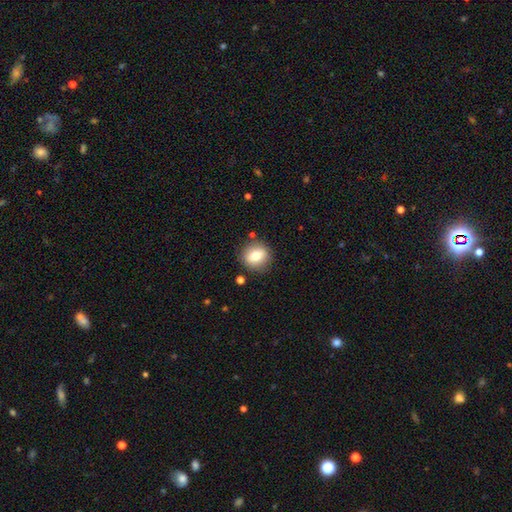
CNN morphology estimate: Smooth or featured: smooth — 76% (featured or disk — 15%)
How rounded: round — 82% (in between — 17%)
Merging: none — 86% (minor disturbance — 9%)